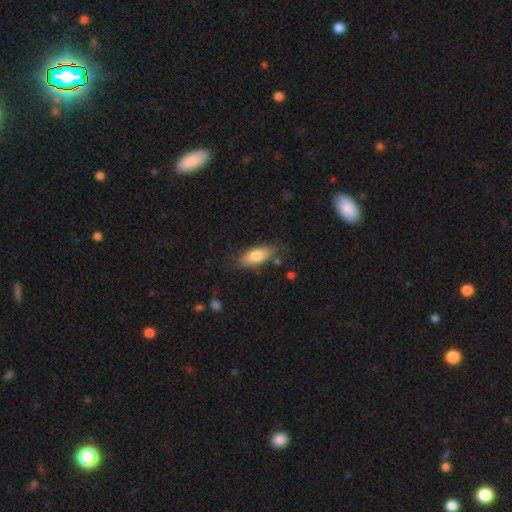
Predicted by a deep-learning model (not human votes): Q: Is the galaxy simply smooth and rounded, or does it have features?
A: smooth — 76%.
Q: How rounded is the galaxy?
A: in between — 78%.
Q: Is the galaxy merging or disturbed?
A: none — 75%.